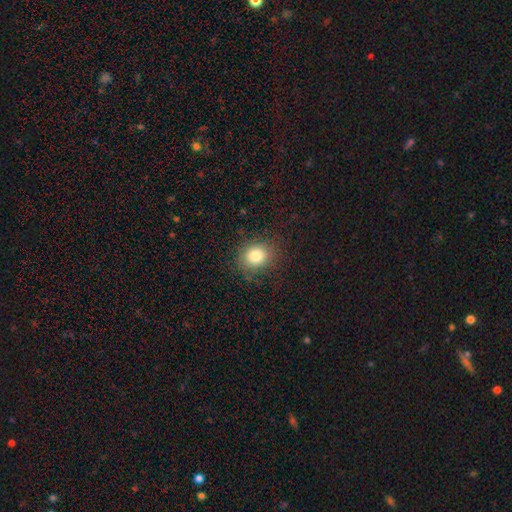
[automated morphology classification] Smooth or featured: smooth — 81% (star or artifact — 11%)
How rounded: round — 70% (in between — 29%)
Merging: none — 84% (minor disturbance — 11%)